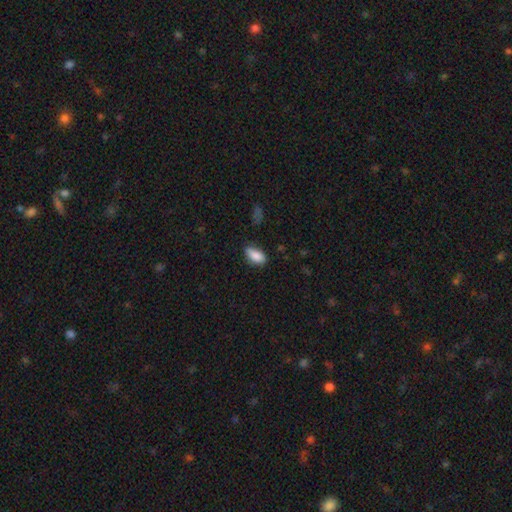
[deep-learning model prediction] This is clearly a smooth galaxy (86%). How rounded: clearly in between (90%). Merging: likely none (71%).